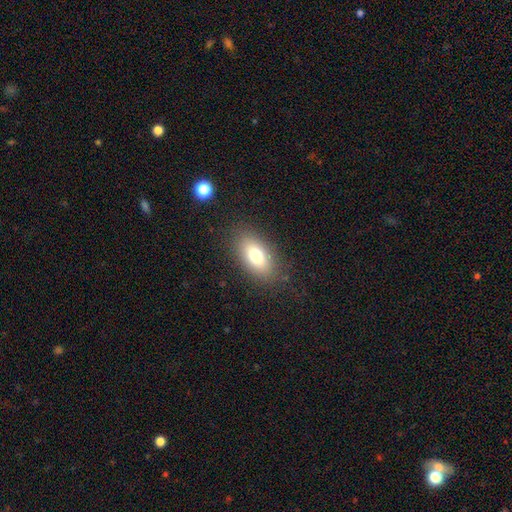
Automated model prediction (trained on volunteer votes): Smooth or featured?
  - smooth: 76% *
  - featured or disk: 15%
  - star or artifact: 9%
How rounded?
  - in between: 90% *
  - round: 6%
  - cigar-shaped: 4%
Merging?
  - none: 84% *
  - minor disturbance: 10%
  - major disturbance: 4%
  - merger: 1%